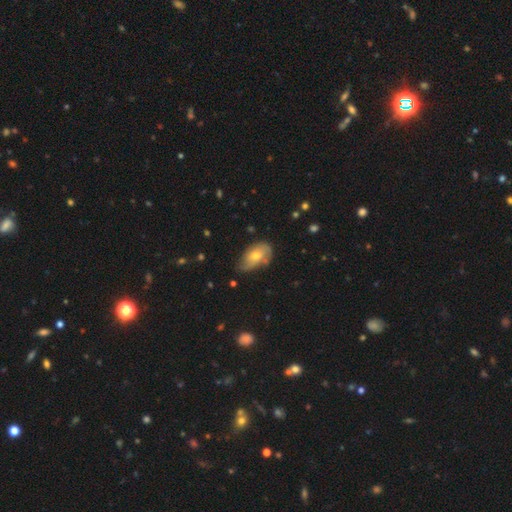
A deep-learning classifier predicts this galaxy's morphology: Overall: featured or disk (47%; smooth 45%). Merging: none (51%; minor disturbance 36%).